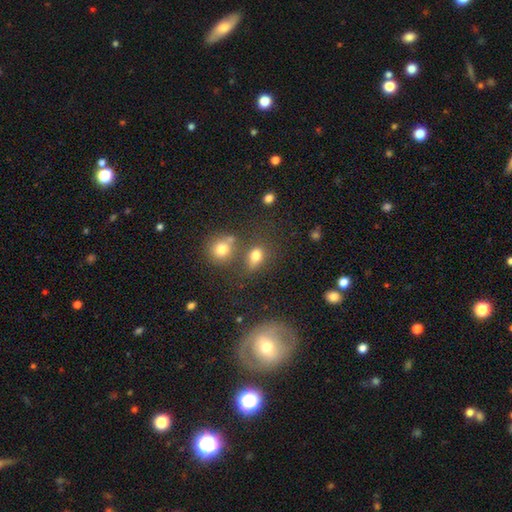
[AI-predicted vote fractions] Morphology: type=smooth (76%); roundness=in between (65%); merging=none (58%).